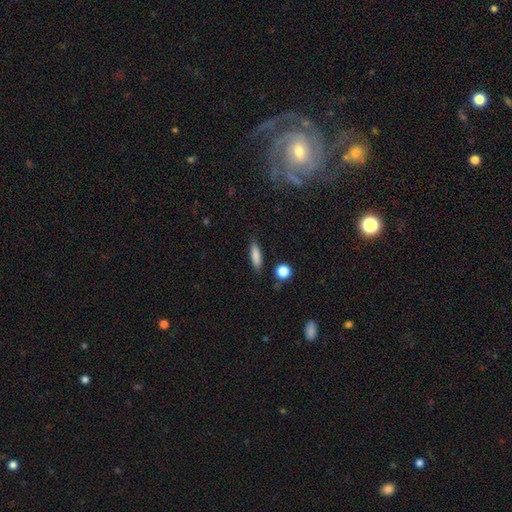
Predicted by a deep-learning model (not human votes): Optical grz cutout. It shows a smooth galaxy with no disk features (82%) that is cigar-shaped (65%). Merging: none (84%).